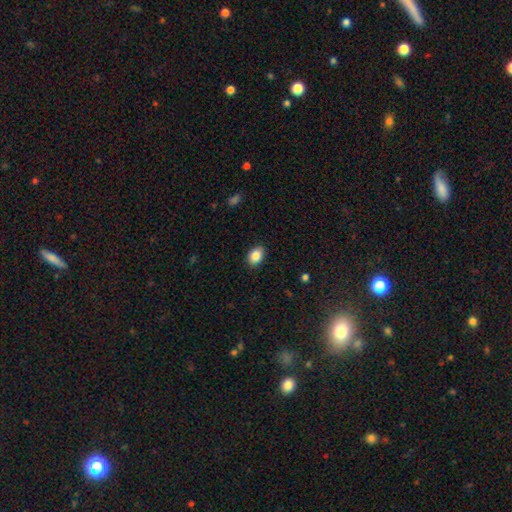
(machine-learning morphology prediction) Smooth or featured: smooth — 87% (star or artifact — 8%)
How rounded: in between — 80% (round — 19%)
Merging: none — 89% (minor disturbance — 8%)